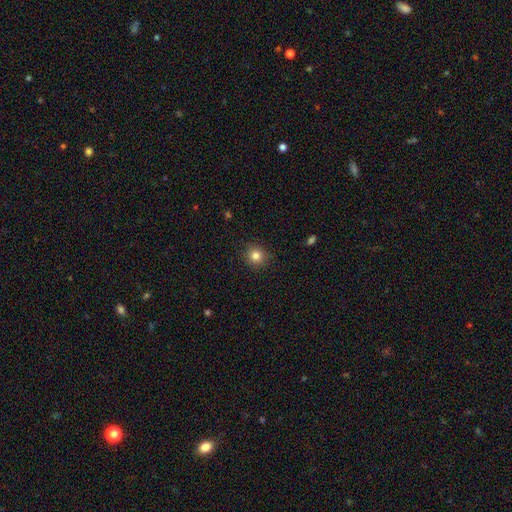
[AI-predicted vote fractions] Smooth or featured: smooth — 83% (star or artifact — 12%)
How rounded: round — 92% (in between — 7%)
Merging: none — 90% (minor disturbance — 7%)